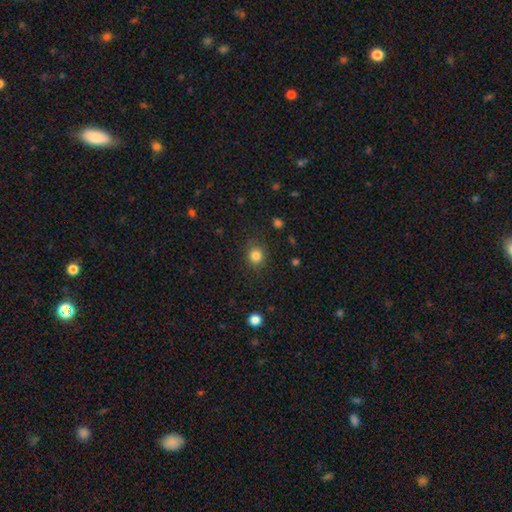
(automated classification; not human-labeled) smooth 84%, star or artifact 12%, featured or disk 5%. Down the decision tree: how rounded — round (84%); merging — none (85%).